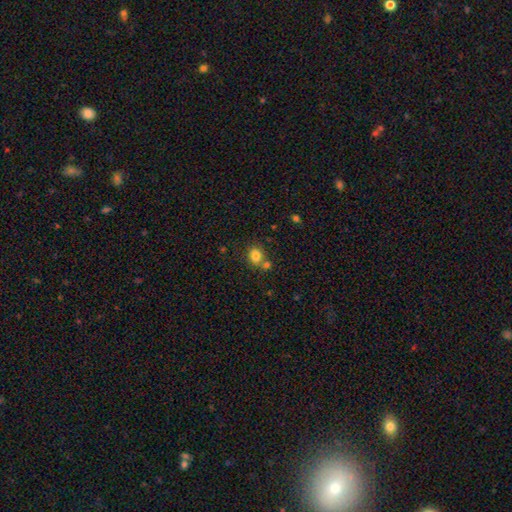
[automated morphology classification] Smooth or featured?
  - smooth: 80% *
  - star or artifact: 11%
  - featured or disk: 8%
How rounded?
  - round: 64% *
  - in between: 35%
  - cigar-shaped: 1%
Merging?
  - none: 59% *
  - merger: 26%
  - minor disturbance: 11%
  - major disturbance: 4%